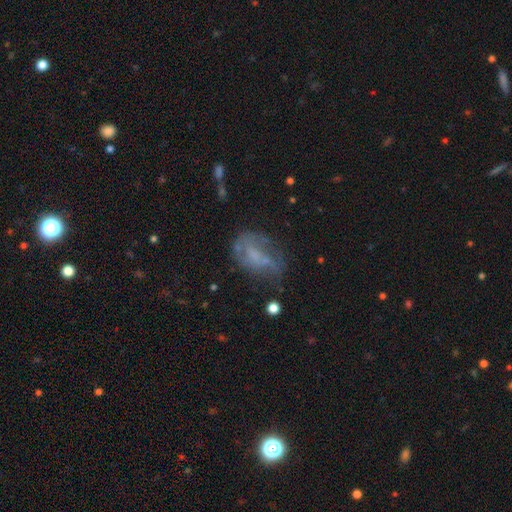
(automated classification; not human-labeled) A featured or disk galaxy (47%). Merging: none (39%).